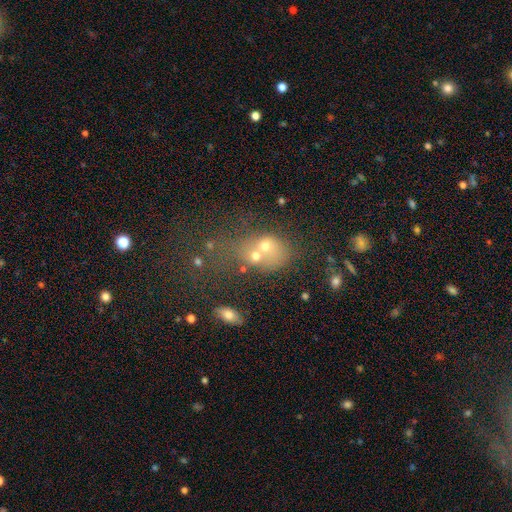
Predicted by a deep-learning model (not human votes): Overall: smooth (56%; featured or disk 26%). How rounded: round (52%; in between 46%). Merging: merger (66%).